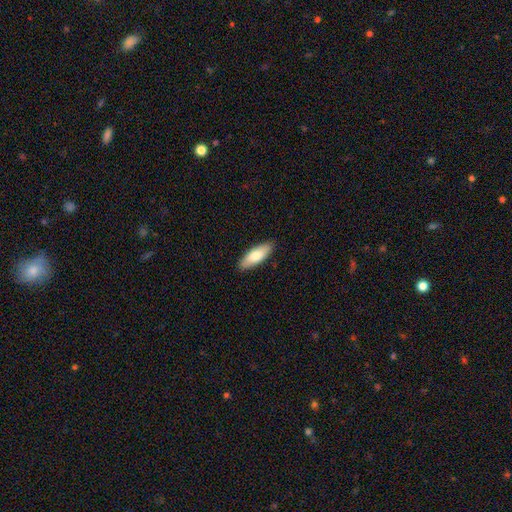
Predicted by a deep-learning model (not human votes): The model was most divided on "how rounded": in between: 66%, cigar-shaped: 32%, round: 2%. More confident: merging — none (89%); smooth or featured — smooth (78%).